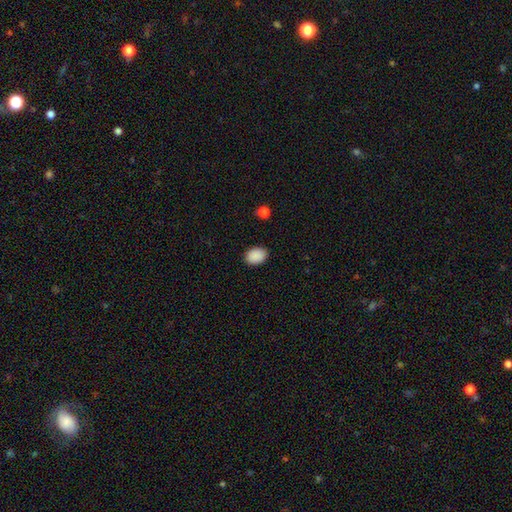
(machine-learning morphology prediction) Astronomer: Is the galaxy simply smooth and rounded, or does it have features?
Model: smooth — 90%.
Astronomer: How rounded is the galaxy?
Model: in between — 78%.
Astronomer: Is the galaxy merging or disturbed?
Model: none — 87%.